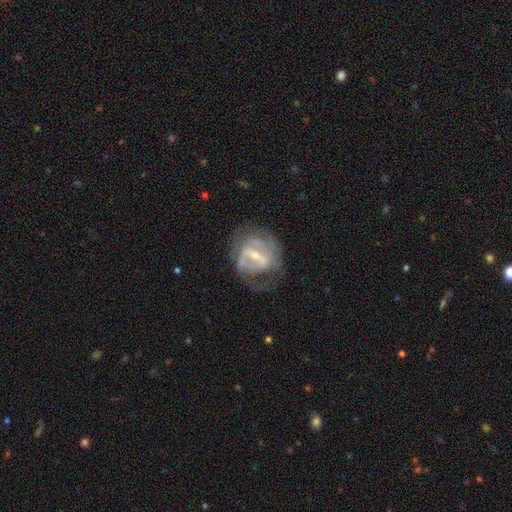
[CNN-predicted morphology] A featured or disk galaxy (77%) with a strong bar (43%), 2 (51%) medium (43%) spiral arms (72%) and a small central bulge (58%).

Vote fractions:
- Smooth or featured? featured or disk: 77% / smooth: 16% / star or artifact: 7%
- Edge-on disk? no: 96% / yes: 4%
- Bar? strong: 43% / weak: 42% / no: 15%
- Spiral arms? yes: 72% / no: 28%
- Spiral winding? medium: 43% / tight: 34% / loose: 23%
- Spiral arm count? 2: 51% / can't tell: 28% / 1: 9% / 3: 7% / 4: 2% / more than 4: 2%
- Bulge size? small: 58% / moderate: 36% / none: 3% / large: 2% / dominant: 1%
- Merging? none: 53% / major disturbance: 22% / minor disturbance: 22% / merger: 2%